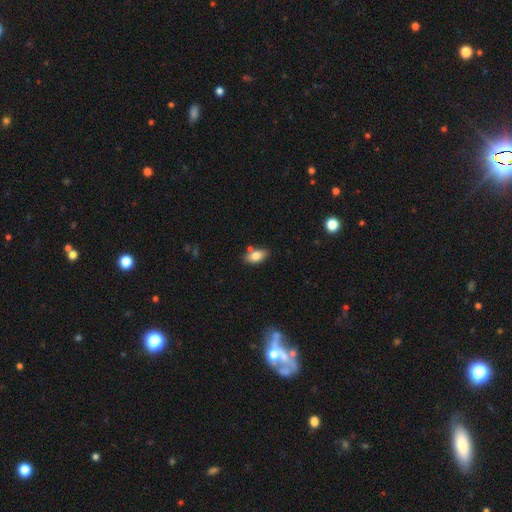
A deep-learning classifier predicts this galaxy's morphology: A smooth galaxy with no disk features (81%) that is in between round and cigar-shaped (90%). Merging: none (74%).